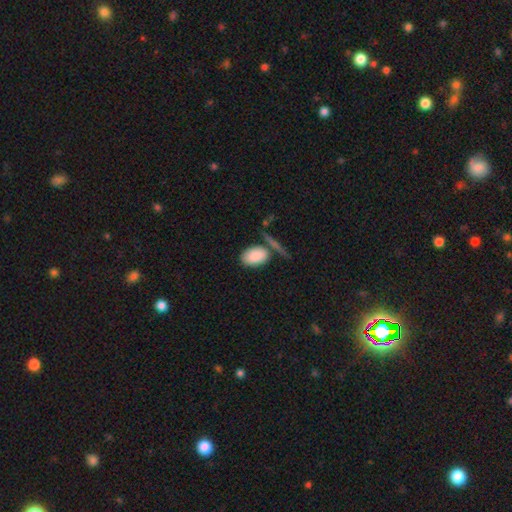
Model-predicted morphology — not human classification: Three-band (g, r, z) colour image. It shows a smooth galaxy with no disk features (86%) that is in between round and cigar-shaped (90%). Merging: none (60%).